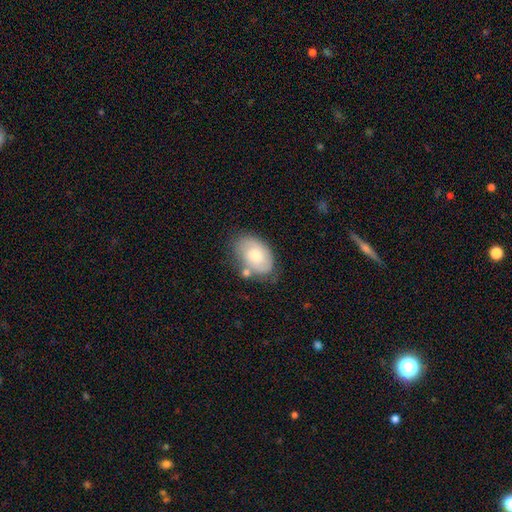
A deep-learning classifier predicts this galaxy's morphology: smooth 53%, featured or disk 40%, star or artifact 7%. Down the decision tree: how rounded — in between (86%); merging — none (60%).